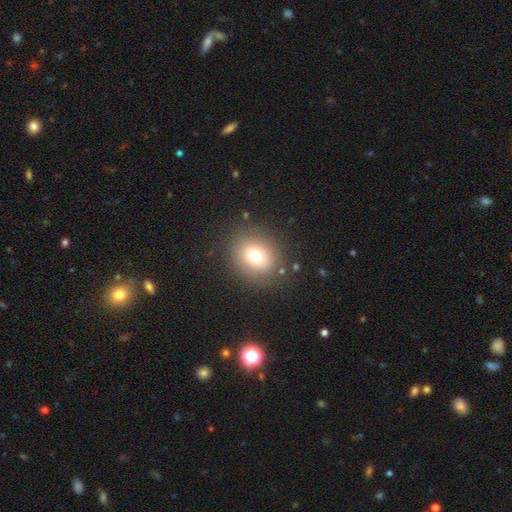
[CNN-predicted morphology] This appears to be a smooth galaxy with no disk features (72%) that is round (68%). Merging: none (82%).